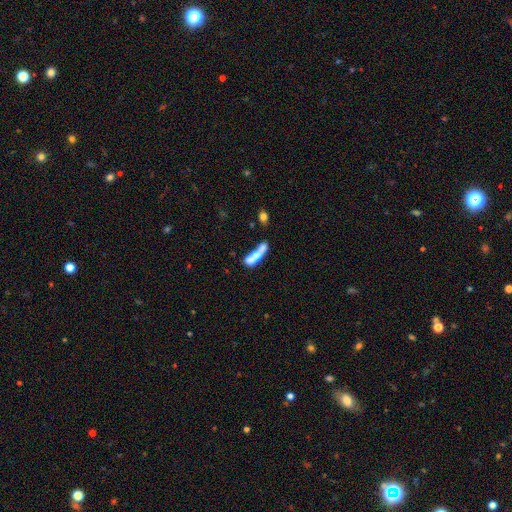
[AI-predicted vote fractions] This is possibly a smooth galaxy (54%). How rounded: possibly cigar-shaped (51%). Merging: possibly merger (59%).